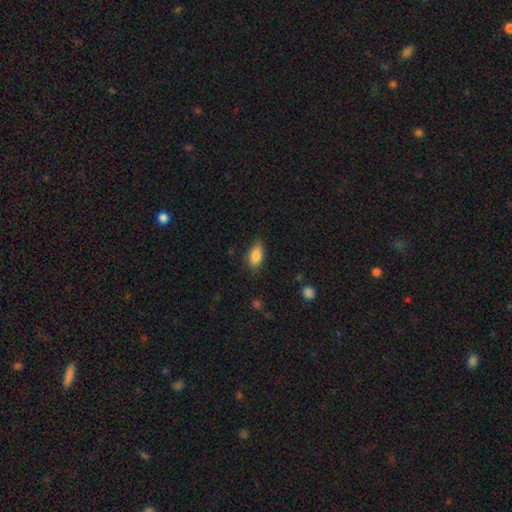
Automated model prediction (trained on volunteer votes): This appears to be a smooth galaxy with no disk features (86%) that is in between round and cigar-shaped (89%). Merging: none (76%).